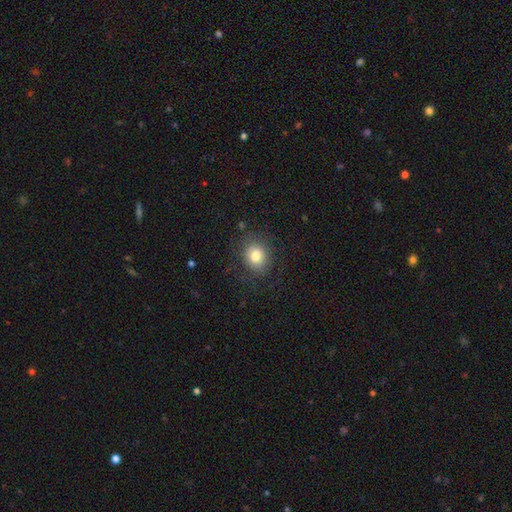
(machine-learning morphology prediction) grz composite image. It shows a smooth galaxy with no disk features (76%) that is round (64%). Merging: none (76%).